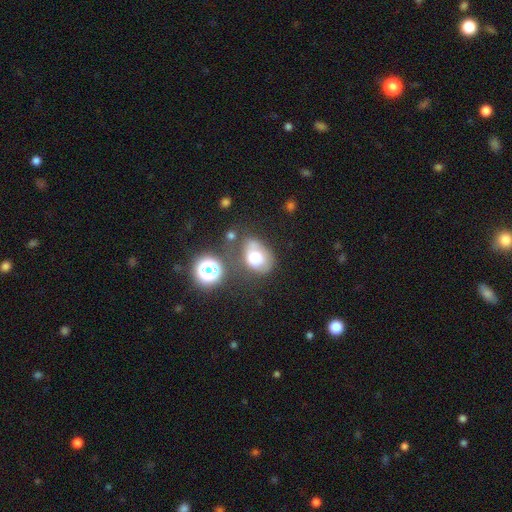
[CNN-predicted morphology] A smooth galaxy with no disk features (65%) that is in between round and cigar-shaped (64%). Merging: none (41%).